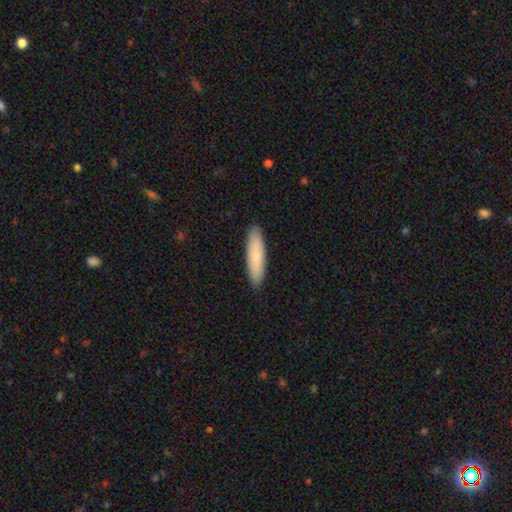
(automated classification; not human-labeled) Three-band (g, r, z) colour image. It shows a smooth galaxy with no disk features (81%) that is cigar-shaped (73%). Merging: none (91%).